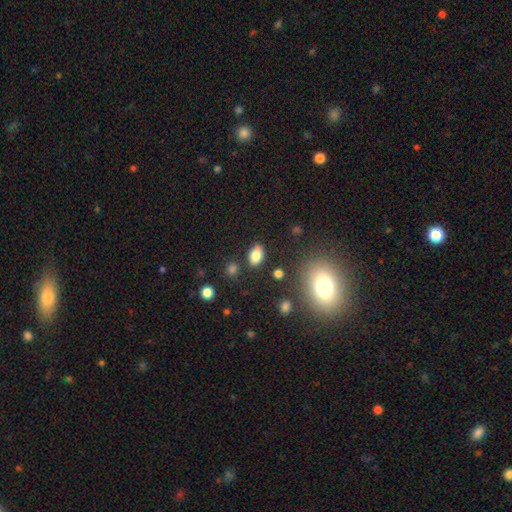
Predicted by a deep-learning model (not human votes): Smooth or featured? Predicted: smooth (p=0.81). How rounded? Predicted: in between (p=0.87). Merging? Predicted: none (p=0.83).